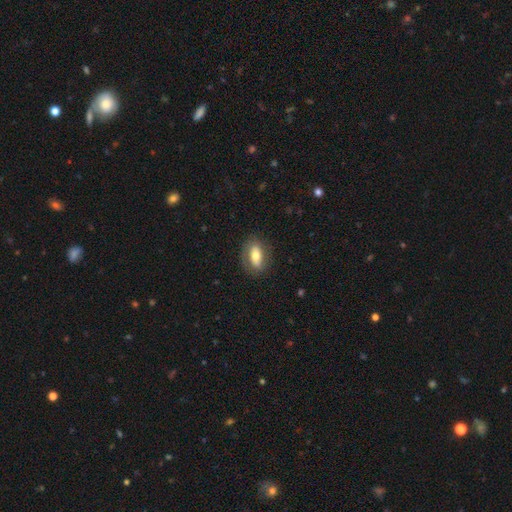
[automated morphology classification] A smooth galaxy with no disk features (61%) that is in between round and cigar-shaped (83%).

Vote fractions:
- Smooth or featured? smooth: 61% / featured or disk: 32% / star or artifact: 7%
- How rounded? in between: 83% / cigar-shaped: 9% / round: 8%
- Merging? none: 78% / minor disturbance: 15% / major disturbance: 5% / merger: 1%